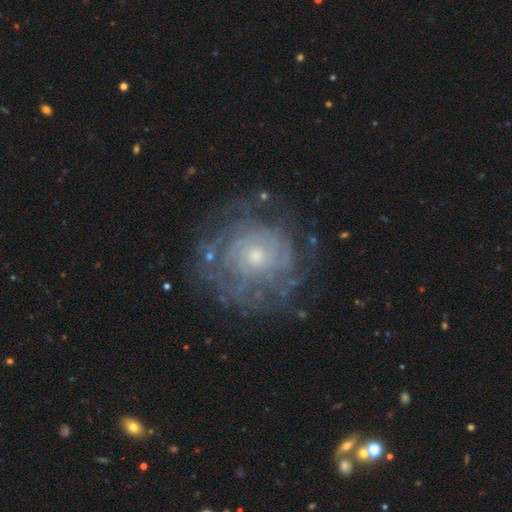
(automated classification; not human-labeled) smooth-or-featured: featured or disk: 79% | smooth: 13% | star or artifact: 9%
  disk-edge-on: no: 97% | yes: 3%
    bar: no: 83% | weak: 14% | strong: 3%
    has-spiral-arms: yes: 83% | no: 17%
      spiral-winding: tight: 76% | medium: 18% | loose: 6%
      spiral-arm-count: can't tell: 56% | more than 4: 11% | 4: 10% | 3: 9% | 2: 9% | 1: 5%
    bulge-size: small: 61% | moderate: 33% | large: 3% | none: 2% | dominant: 1%
  merging: none: 73% | minor disturbance: 15% | major disturbance: 10% | merger: 2%